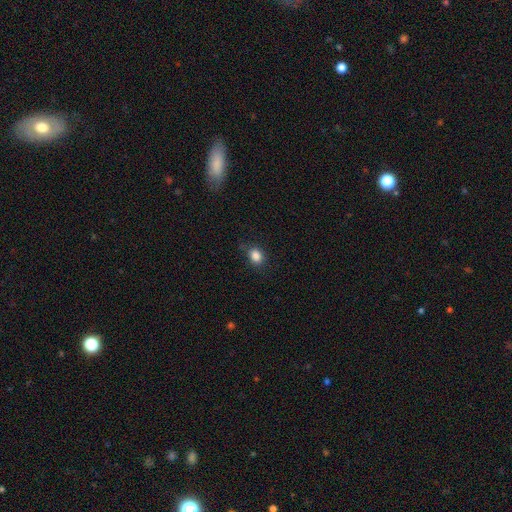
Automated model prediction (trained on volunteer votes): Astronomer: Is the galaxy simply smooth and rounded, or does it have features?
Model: smooth — 85%.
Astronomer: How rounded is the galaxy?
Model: round — 52% (runner-up: in between, 47%).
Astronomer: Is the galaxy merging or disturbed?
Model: none — 77%.